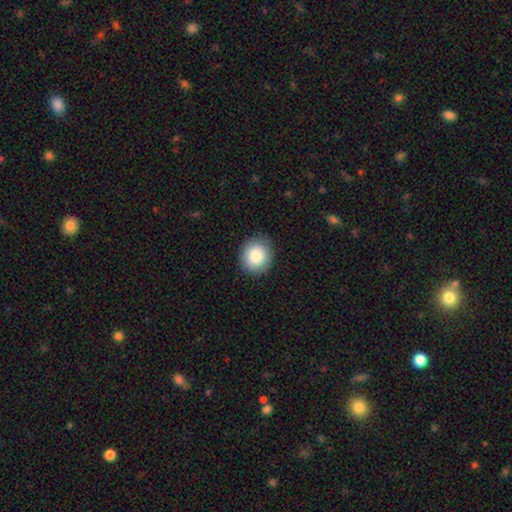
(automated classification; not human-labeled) A smooth galaxy with no disk features (85%) that is round (81%).

Vote fractions:
- Smooth or featured? smooth: 85% / star or artifact: 8% / featured or disk: 7%
- How rounded? round: 81% / in between: 19% / cigar-shaped: 1%
- Merging? none: 88% / minor disturbance: 9% / major disturbance: 2% / merger: 1%